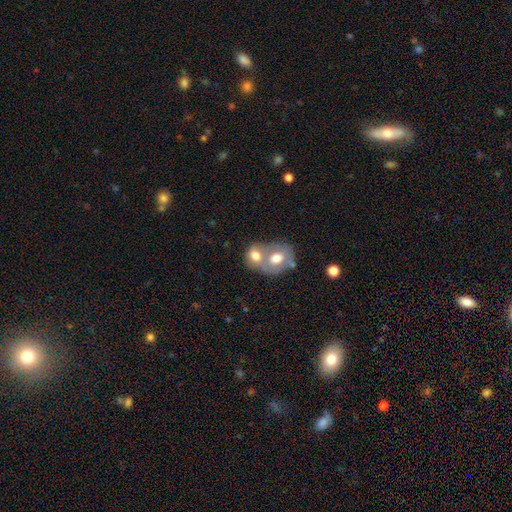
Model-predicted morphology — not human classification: A smooth galaxy with no disk features (63%) that is in between round and cigar-shaped (54%). Merging: merger (72%).